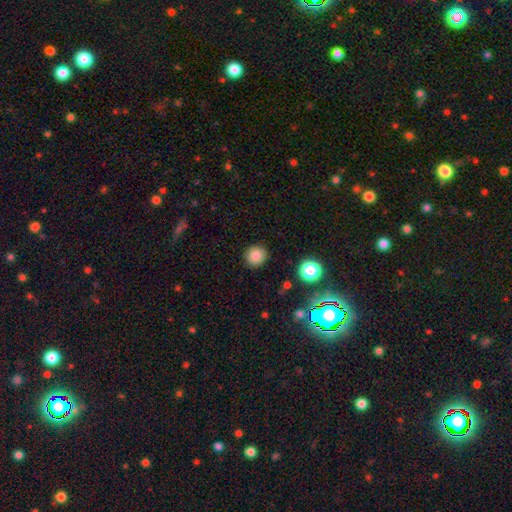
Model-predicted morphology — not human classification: Overall: smooth (84%). How rounded: round (93%). Merging: none (90%).